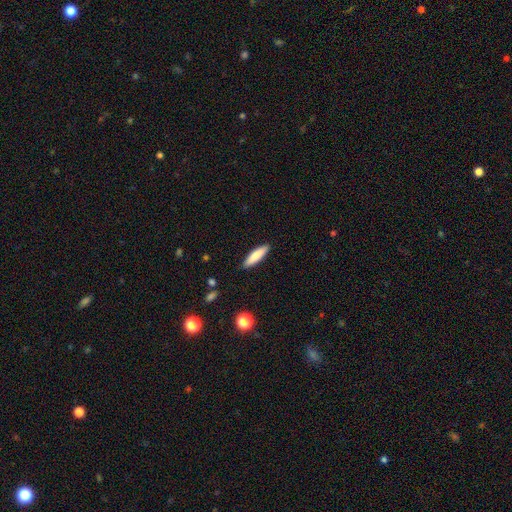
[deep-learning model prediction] A smooth galaxy with no disk features (81%) that is cigar-shaped (70%).

Vote fractions:
- Smooth or featured? smooth: 81% / featured or disk: 13% / star or artifact: 6%
- How rounded? cigar-shaped: 70% / in between: 29% / round: 1%
- Merging? none: 89% / minor disturbance: 8% / major disturbance: 2% / merger: 1%